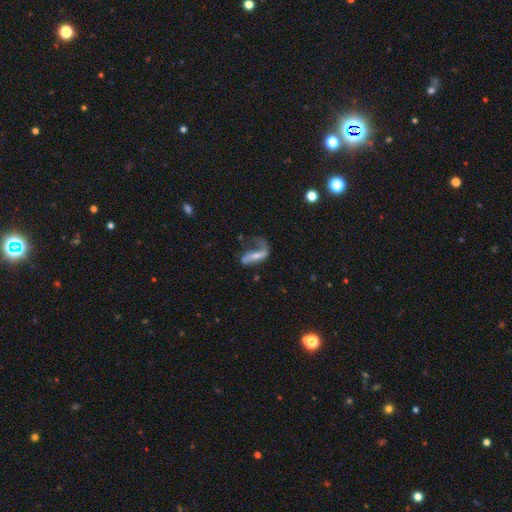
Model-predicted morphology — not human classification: smooth-or-featured: featured or disk: 66% | smooth: 26% | star or artifact: 8%
  disk-edge-on: no: 86% | yes: 14%
    bar: strong: 36% | no: 35% | weak: 29%
    has-spiral-arms: yes: 76% | no: 24%
    bulge-size: small: 48% | moderate: 32% | none: 15% | large: 4% | dominant: 2%
  merging: major disturbance: 45% | none: 30% | minor disturbance: 20% | merger: 5%